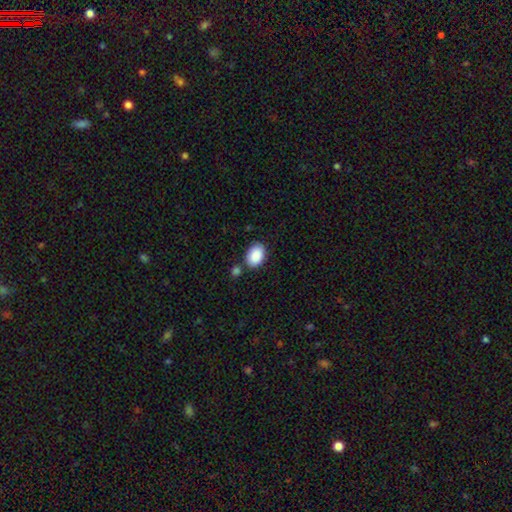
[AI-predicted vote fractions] Smooth or featured? smooth (89%)
How rounded? in between (86%)
Merging? none (75%)